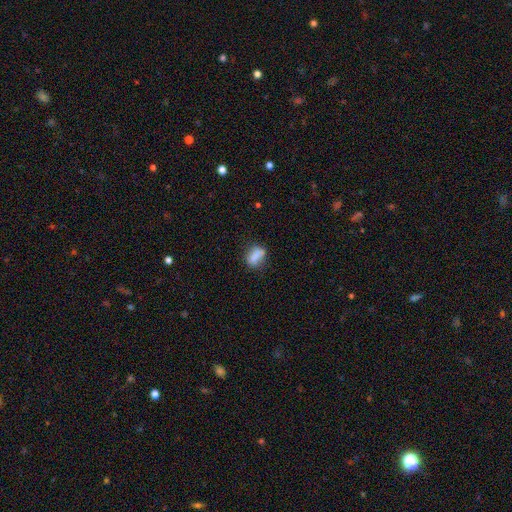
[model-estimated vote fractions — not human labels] The model was most divided on "merging": none: 60%, minor disturbance: 24%, major disturbance: 8%, merger: 8%. More confident: smooth or featured — smooth (77%); how rounded — in between (71%).